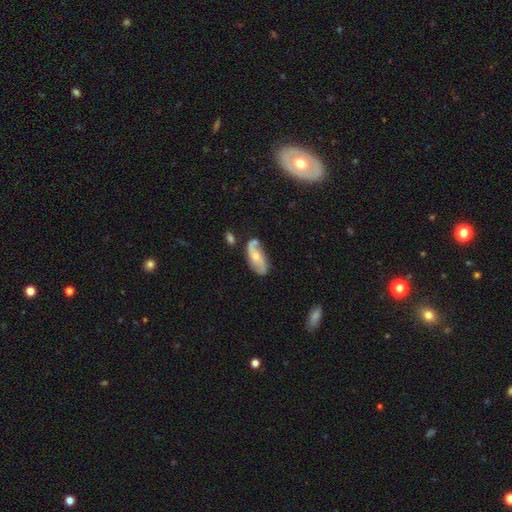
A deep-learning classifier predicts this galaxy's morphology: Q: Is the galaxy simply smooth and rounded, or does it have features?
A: featured or disk — 61%.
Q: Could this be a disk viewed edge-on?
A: no — 93%.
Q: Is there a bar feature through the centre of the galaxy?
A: no — 62%.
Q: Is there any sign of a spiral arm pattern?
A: yes — 87%.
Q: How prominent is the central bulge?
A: small — 49%.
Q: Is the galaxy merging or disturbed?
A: none — 54%.